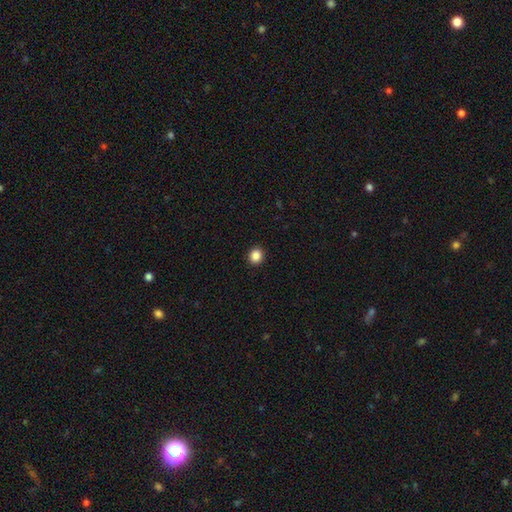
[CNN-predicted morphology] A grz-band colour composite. It shows a smooth galaxy with no disk features (86%) that is round (88%). Merging: none (93%).